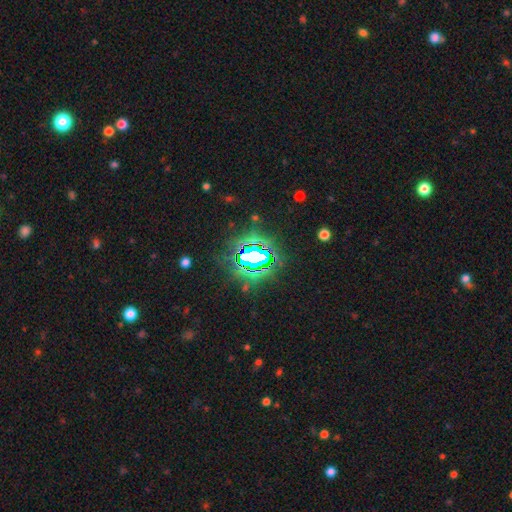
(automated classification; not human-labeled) Smooth or featured? Predicted: star or artifact (p=0.78).